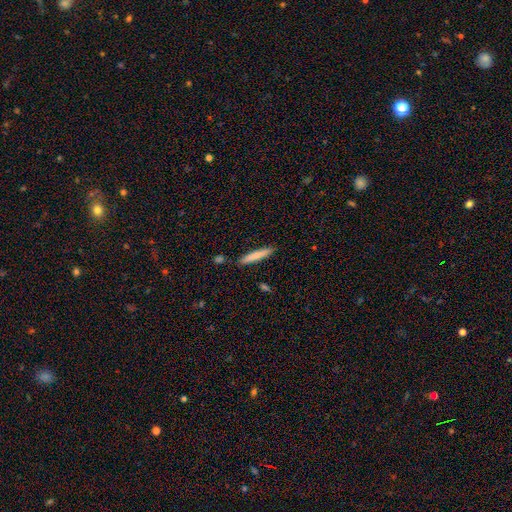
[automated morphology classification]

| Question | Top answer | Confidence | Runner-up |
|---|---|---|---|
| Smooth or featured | smooth | 77% | featured or disk (18%) |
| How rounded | cigar-shaped | 93% | in between (6%) |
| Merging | none | 86% | minor disturbance (9%) |